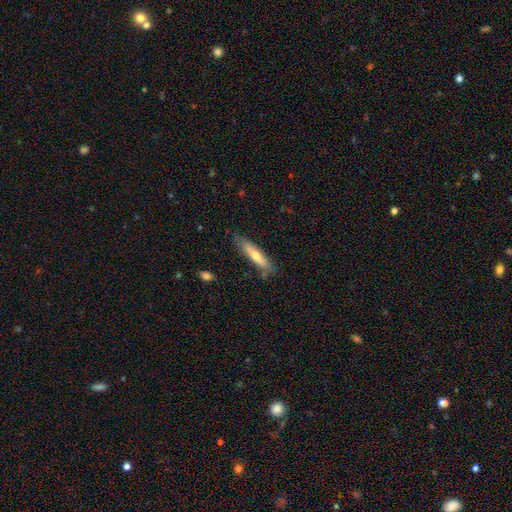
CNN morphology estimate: smooth-or-featured: smooth: 53% | featured or disk: 41% | star or artifact: 7%
  how-rounded: cigar-shaped: 83% | in between: 15% | round: 2%
  merging: none: 80% | minor disturbance: 16% | major disturbance: 3% | merger: 2%